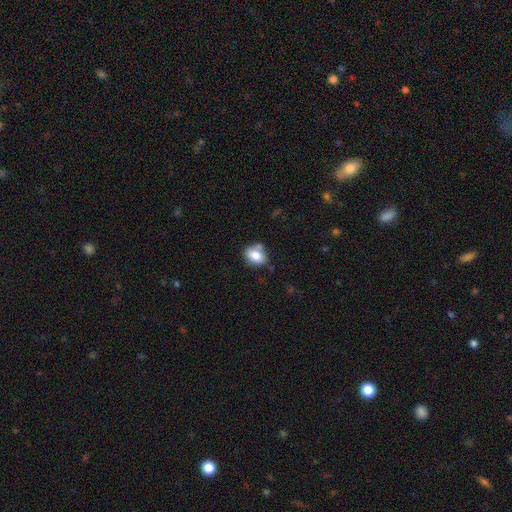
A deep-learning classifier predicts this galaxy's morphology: type=smooth (82%); roundness=in between (59%); merging=none (60%).